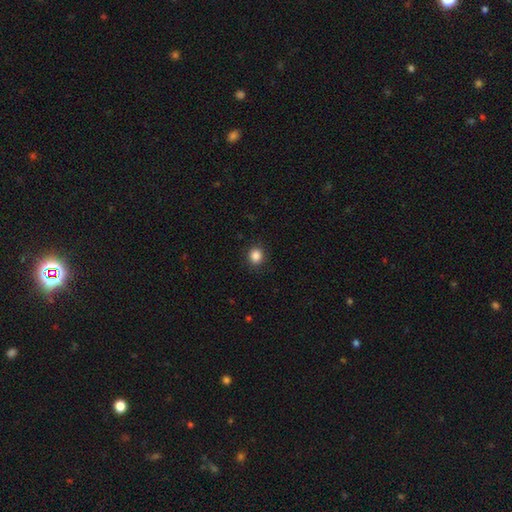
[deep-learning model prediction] Overall: smooth (87%). How rounded: round (83%). Merging: none (89%).